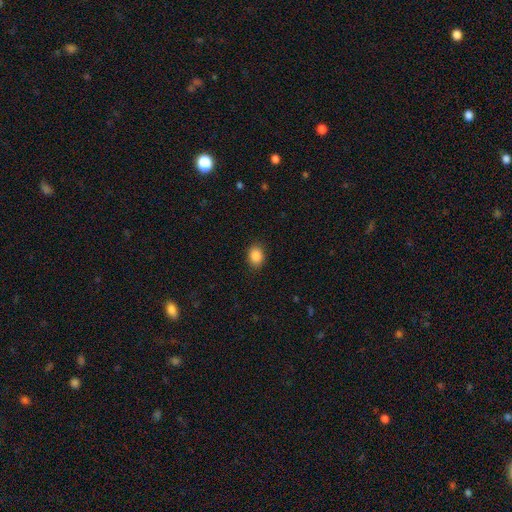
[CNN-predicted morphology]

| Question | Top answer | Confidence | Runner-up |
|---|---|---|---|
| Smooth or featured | smooth | 88% | star or artifact (9%) |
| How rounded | in between | 64% | round (35%) |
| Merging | none | 88% | minor disturbance (9%) |